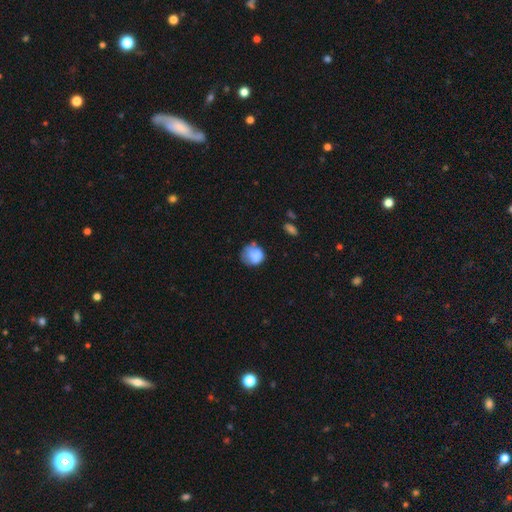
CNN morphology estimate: Smooth or featured: smooth — 77% (featured or disk — 14%)
How rounded: round — 76% (in between — 23%)
Merging: none — 48% (minor disturbance — 32%)